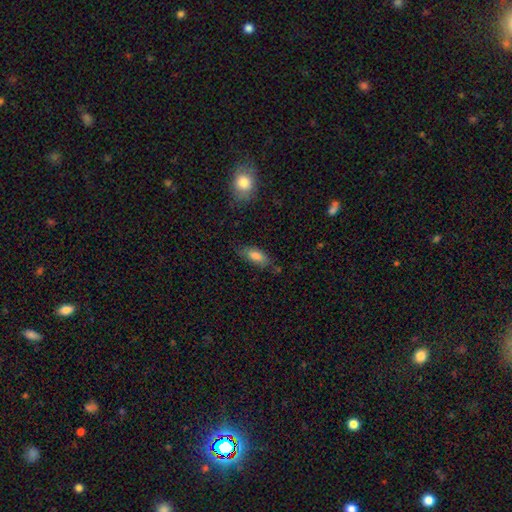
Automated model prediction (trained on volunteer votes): smooth-or-featured: smooth: 78% | featured or disk: 14% | star or artifact: 8%
  how-rounded: in between: 79% | cigar-shaped: 18% | round: 3%
  merging: none: 67% | minor disturbance: 24% | major disturbance: 6% | merger: 3%